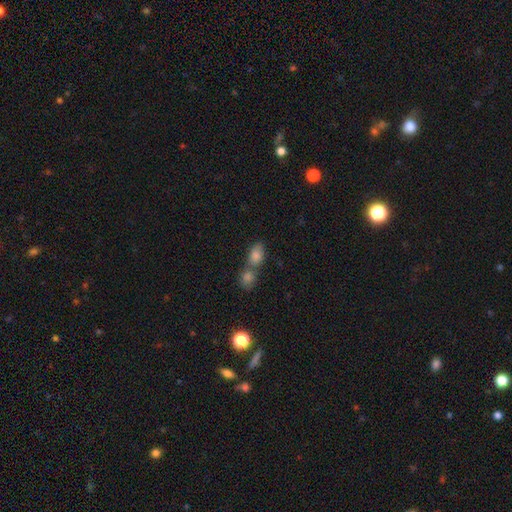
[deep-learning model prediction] Smooth or featured? smooth (78%)
How rounded? in between (75%)
Merging? merger (54%)